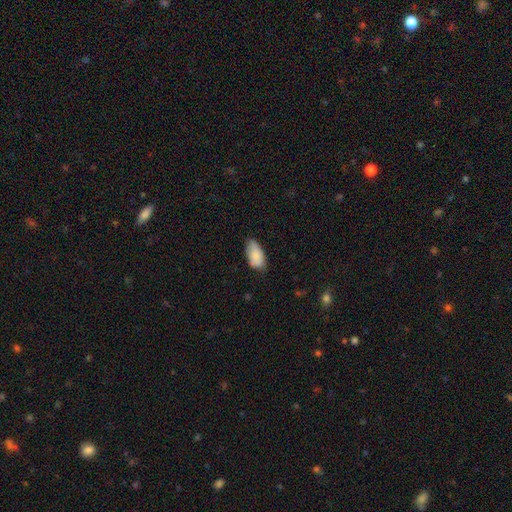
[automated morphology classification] Smooth or featured?
  - smooth: 86% *
  - featured or disk: 7%
  - star or artifact: 6%
How rounded?
  - in between: 94% *
  - cigar-shaped: 3%
  - round: 3%
Merging?
  - none: 67% *
  - minor disturbance: 28%
  - major disturbance: 4%
  - merger: 1%